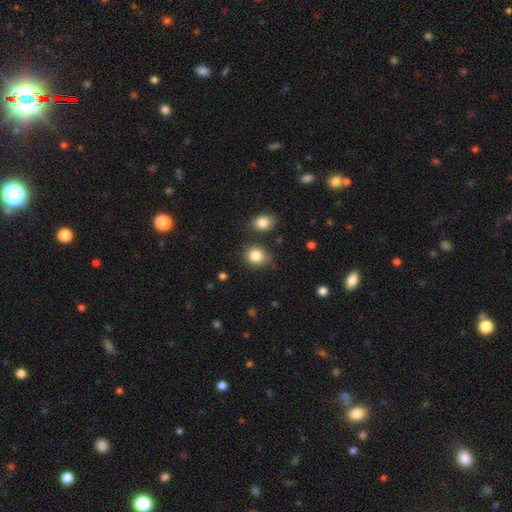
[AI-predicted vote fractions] A smooth galaxy with no disk features (85%) that is round (66%). Merging: none (68%).